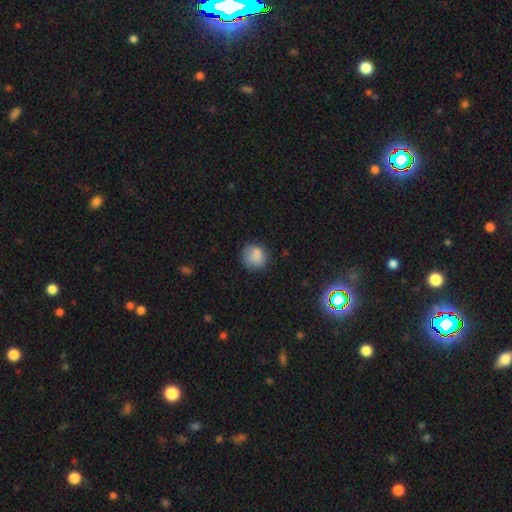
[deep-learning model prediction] Smooth or featured: smooth — 82% (star or artifact — 10%)
How rounded: round — 86% (in between — 13%)
Merging: none — 74% (minor disturbance — 18%)